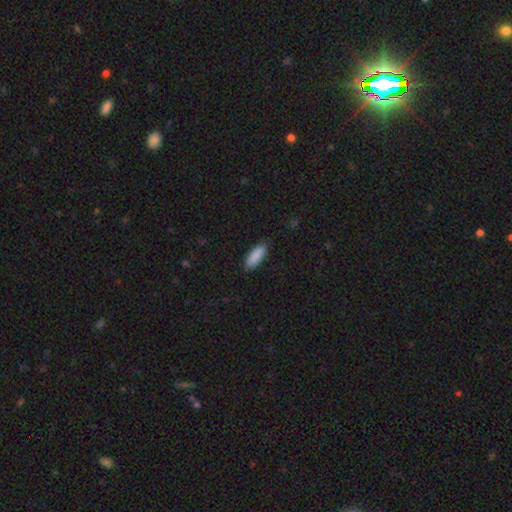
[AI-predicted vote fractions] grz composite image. It shows a smooth galaxy with no disk features (90%) that is in between round and cigar-shaped (61%). Merging: none (88%).